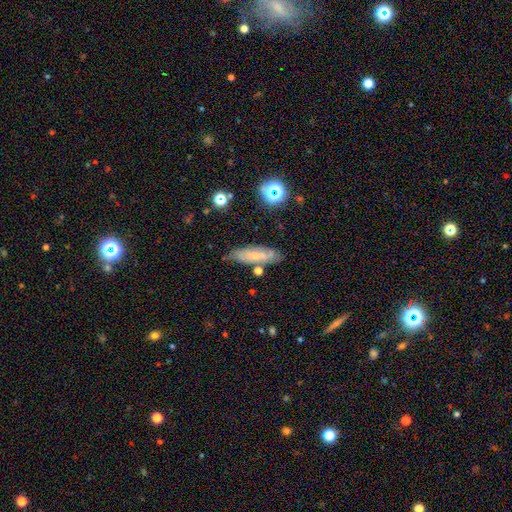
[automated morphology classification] smooth_or_featured: smooth (p=0.52) [alt: featured or disk p=0.36]
how_rounded: cigar-shaped (p=0.58) [alt: in between p=0.39]
merging: none (p=0.75) [alt: minor disturbance p=0.16]